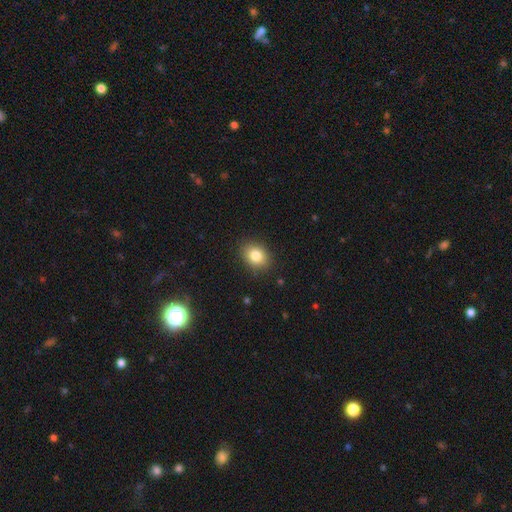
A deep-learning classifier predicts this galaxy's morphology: Overall: smooth (83%). How rounded: in between (57%; round 42%). Merging: none (88%).